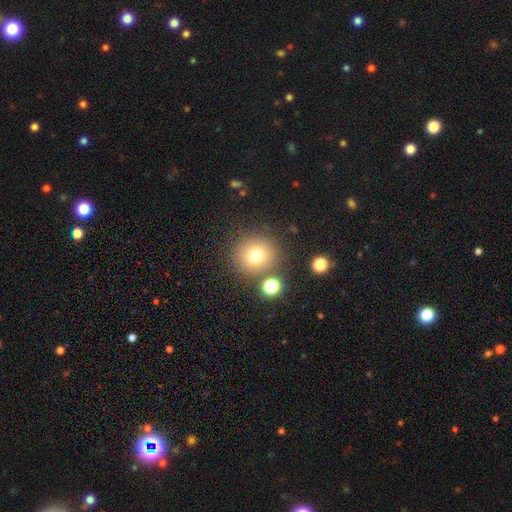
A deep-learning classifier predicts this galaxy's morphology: A smooth galaxy with no disk features (73%) that is round (92%).

Vote fractions:
- Smooth or featured? smooth: 73% / star or artifact: 16% / featured or disk: 11%
- How rounded? round: 92% / in between: 7% / cigar-shaped: 1%
- Merging? none: 82% / minor disturbance: 8% / merger: 7% / major disturbance: 3%